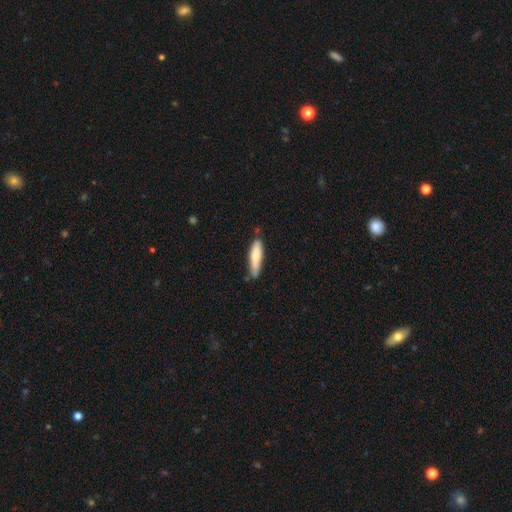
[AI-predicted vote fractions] A smooth galaxy with no disk features (72%) that is cigar-shaped (73%).

Vote fractions:
- Smooth or featured? smooth: 72% / featured or disk: 23% / star or artifact: 5%
- How rounded? cigar-shaped: 73% / in between: 26% / round: 1%
- Merging? none: 72% / minor disturbance: 21% / merger: 4% / major disturbance: 3%